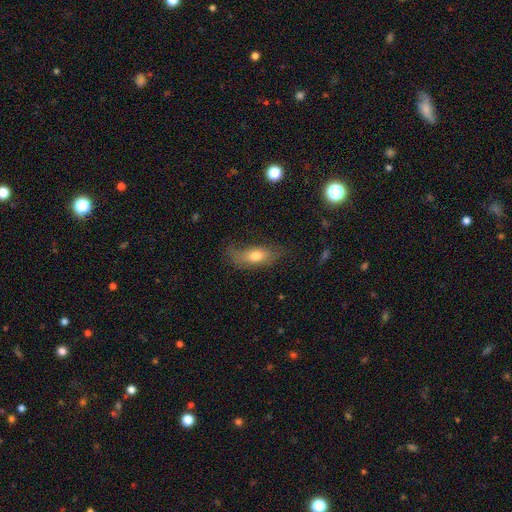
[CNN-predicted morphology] smooth_or_featured: smooth (p=0.64) [alt: featured or disk p=0.26]
how_rounded: in between (p=0.71) [alt: cigar-shaped p=0.22]
merging: none (p=0.53) [alt: minor disturbance p=0.29]